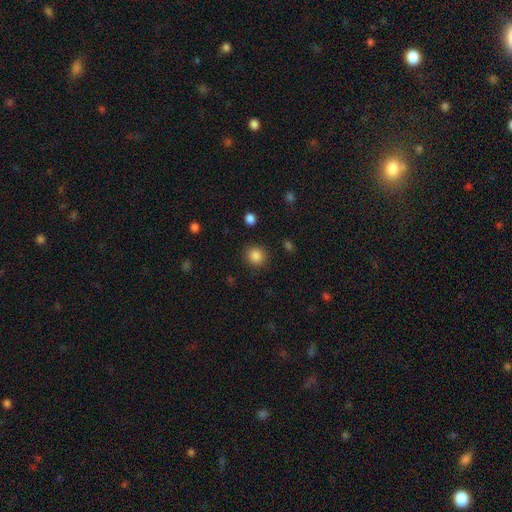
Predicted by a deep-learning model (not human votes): This appears to be a smooth galaxy with no disk features (86%) that is round (89%). Merging: none (89%).